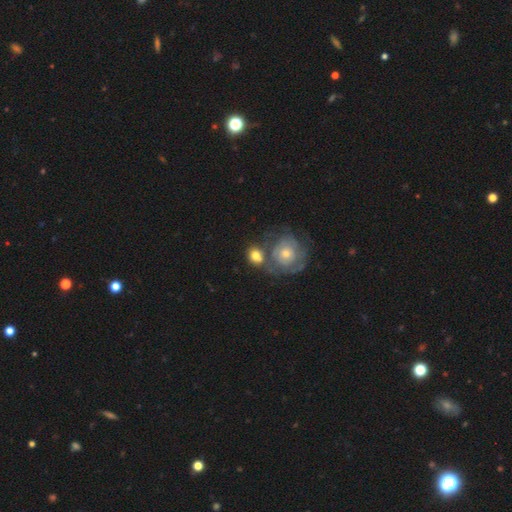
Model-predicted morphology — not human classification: Q: Smooth or featured?
A: smooth (61%); runner-up: featured or disk (31%)
Q: How rounded?
A: round (69%); runner-up: in between (30%)
Q: Merging?
A: none (42%); runner-up: merger (36%)